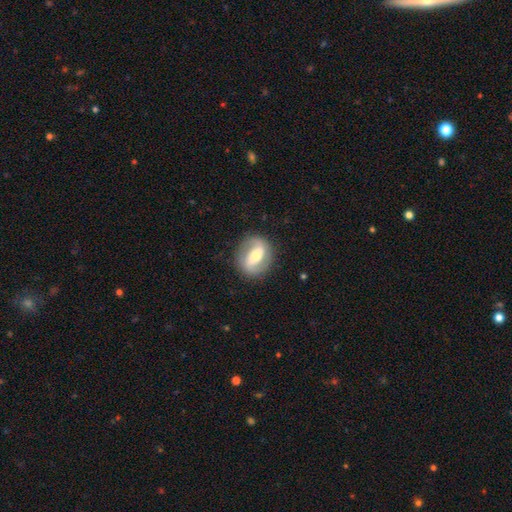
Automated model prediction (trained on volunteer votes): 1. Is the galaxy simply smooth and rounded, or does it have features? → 73% featured or disk, 22% smooth, 6% star or artifact.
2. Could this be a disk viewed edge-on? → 95% no, 5% yes.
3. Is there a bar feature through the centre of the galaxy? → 52% strong, 31% weak, 16% no.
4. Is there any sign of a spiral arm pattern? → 77% yes, 23% no.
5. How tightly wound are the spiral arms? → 43% medium, 31% tight, 26% loose.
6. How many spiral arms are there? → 88% 2, 6% can't tell, 3% 1, 1% 3, 1% 4, 1% more than 4.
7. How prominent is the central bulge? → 65% moderate, 22% small, 10% large, 1% dominant, 1% none.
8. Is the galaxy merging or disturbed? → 85% none, 10% minor disturbance, 4% major disturbance, 1% merger.